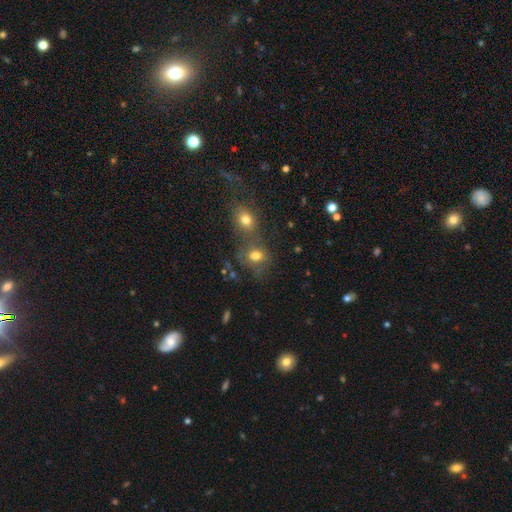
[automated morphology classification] Smooth or featured? Predicted: smooth (p=0.71). How rounded? Predicted: round (p=0.50). Merging? Predicted: merger (p=0.40, tied with none).